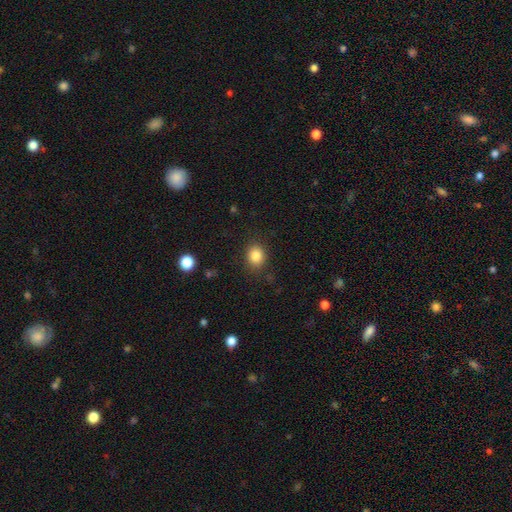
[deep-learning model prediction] The model was most divided on "how rounded": round: 62%, in between: 37%, cigar-shaped: 1%. More confident: merging — none (86%); smooth or featured — smooth (84%).